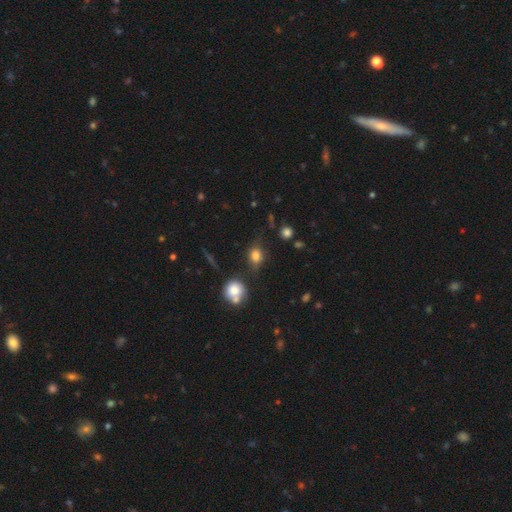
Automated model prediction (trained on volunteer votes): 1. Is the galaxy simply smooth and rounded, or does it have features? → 76% smooth, 13% star or artifact, 11% featured or disk.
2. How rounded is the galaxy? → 49% round (tied), 49% in between (tied), 2% cigar-shaped.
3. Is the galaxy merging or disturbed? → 65% none, 21% minor disturbance, 7% major disturbance, 7% merger.